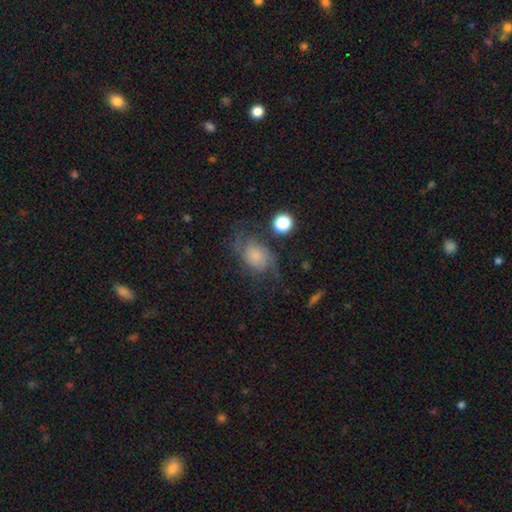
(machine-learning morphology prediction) The model was most divided on "smooth or featured": featured or disk: 51%, smooth: 37%, star or artifact: 12%. More confident: edge-on disk — no (96%); merging — none (51%).